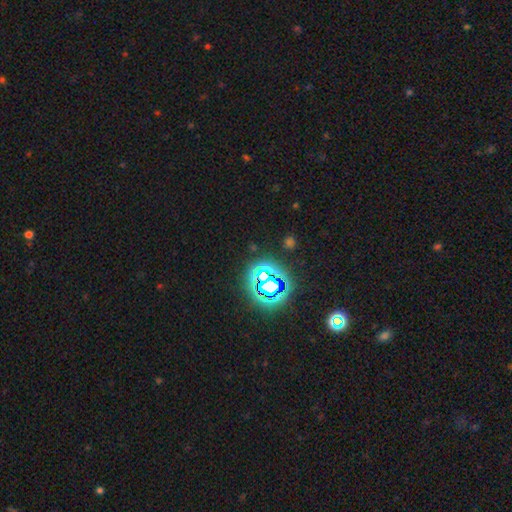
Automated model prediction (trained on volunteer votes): Morphology: type=star or artifact (81%).